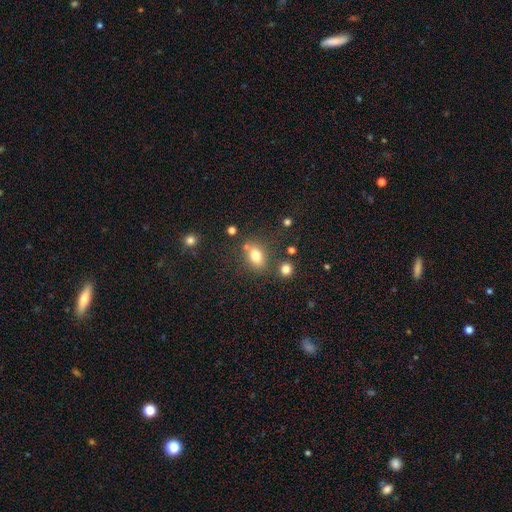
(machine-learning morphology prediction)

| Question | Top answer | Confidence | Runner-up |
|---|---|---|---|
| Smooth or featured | smooth | 77% | star or artifact (12%) |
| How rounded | in between | 68% | round (30%) |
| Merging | none | 68% | minor disturbance (14%) |